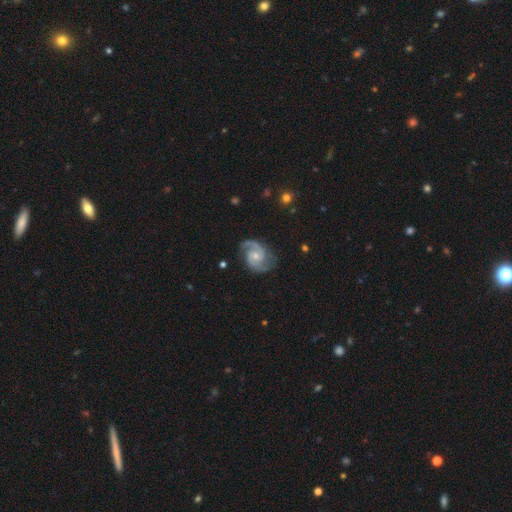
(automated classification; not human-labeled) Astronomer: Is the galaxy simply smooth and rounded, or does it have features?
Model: featured or disk — 90%.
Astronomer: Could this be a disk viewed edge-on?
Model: no — 98%.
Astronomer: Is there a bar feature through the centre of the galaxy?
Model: no — 63%.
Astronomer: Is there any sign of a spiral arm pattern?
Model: yes — 98%.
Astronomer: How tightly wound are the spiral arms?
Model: medium — 55%.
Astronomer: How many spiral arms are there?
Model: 2 — 88%.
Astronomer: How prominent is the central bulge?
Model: small — 53% (runner-up: moderate, 42%).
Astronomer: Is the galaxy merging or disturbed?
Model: none — 74%.